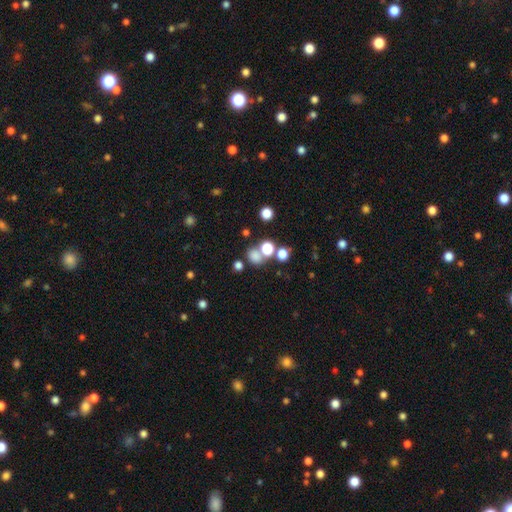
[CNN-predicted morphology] A smooth galaxy with no disk features (70%) that is round (66%).

Vote fractions:
- Smooth or featured? smooth: 70% / star or artifact: 22% / featured or disk: 8%
- How rounded? round: 66% / in between: 33% / cigar-shaped: 1%
- Merging? none: 57% / merger: 27% / minor disturbance: 10% / major disturbance: 6%